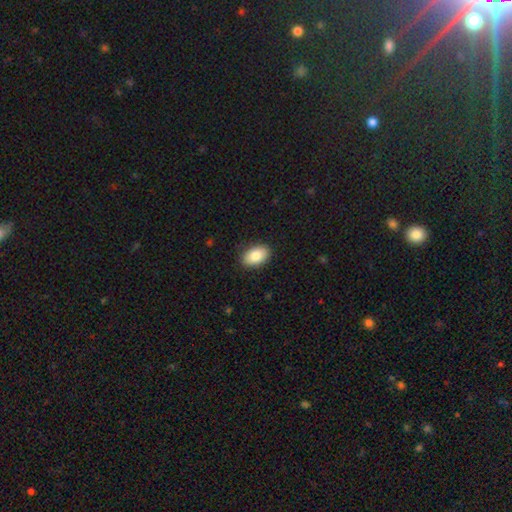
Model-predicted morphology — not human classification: Smooth or featured?
  - smooth: 85% *
  - featured or disk: 8%
  - star or artifact: 7%
How rounded?
  - in between: 91% *
  - round: 8%
  - cigar-shaped: 1%
Merging?
  - none: 88% *
  - minor disturbance: 9%
  - major disturbance: 2%
  - merger: 1%